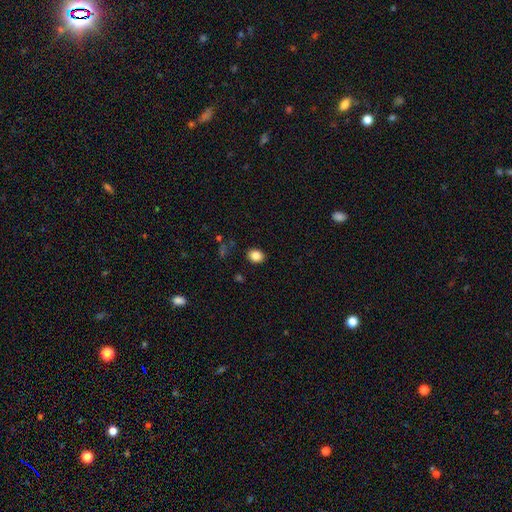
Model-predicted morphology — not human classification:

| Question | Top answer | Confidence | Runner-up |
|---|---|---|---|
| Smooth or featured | smooth | 84% | star or artifact (10%) |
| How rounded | round | 52% | in between (47%) |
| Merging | none | 88% | minor disturbance (8%) |